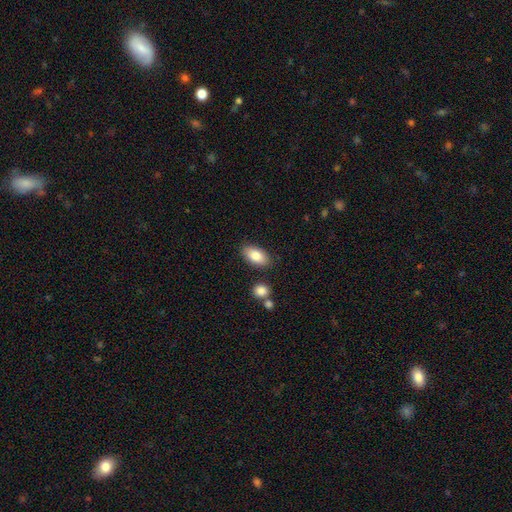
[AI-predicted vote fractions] Morphology: type=smooth (83%); roundness=in between (92%); merging=none (84%).